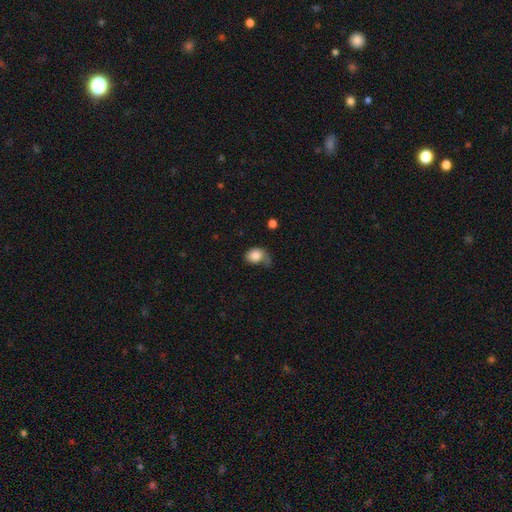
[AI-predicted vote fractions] smooth-or-featured: smooth: 80% | featured or disk: 12% | star or artifact: 8%
  how-rounded: in between: 52% | round: 47% | cigar-shaped: 1%
  merging: none: 37% | minor disturbance: 31% | major disturbance: 26% | merger: 6%